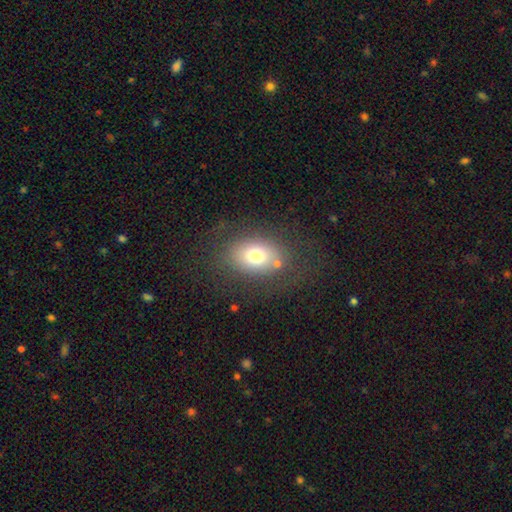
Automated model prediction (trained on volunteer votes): This is likely a smooth galaxy (72%). How rounded: likely in between (74%). Merging: likely none (72%).